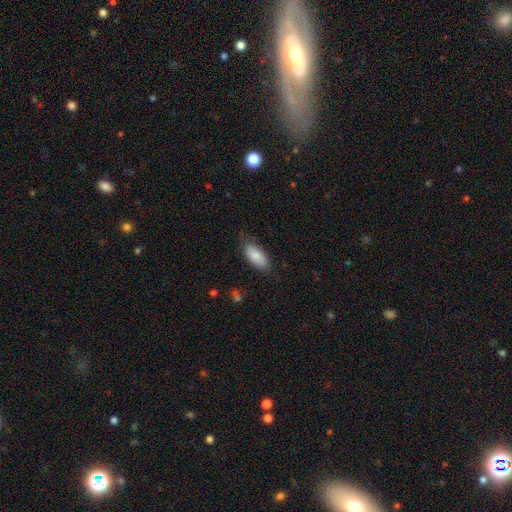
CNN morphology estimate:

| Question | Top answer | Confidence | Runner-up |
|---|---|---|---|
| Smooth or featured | smooth | 84% | featured or disk (10%) |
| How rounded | in between | 89% | cigar-shaped (9%) |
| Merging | none | 72% | minor disturbance (21%) |